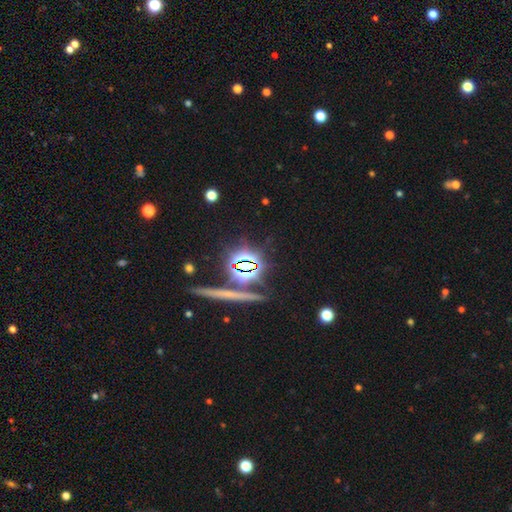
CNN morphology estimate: Smooth or featured? star or artifact (66%)